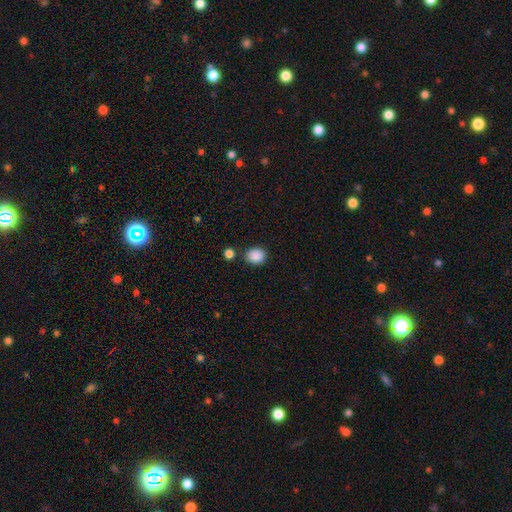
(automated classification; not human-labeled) Smooth or featured: smooth — 88% (star or artifact — 9%)
How rounded: round — 56% (in between — 43%)
Merging: none — 79% (minor disturbance — 11%)